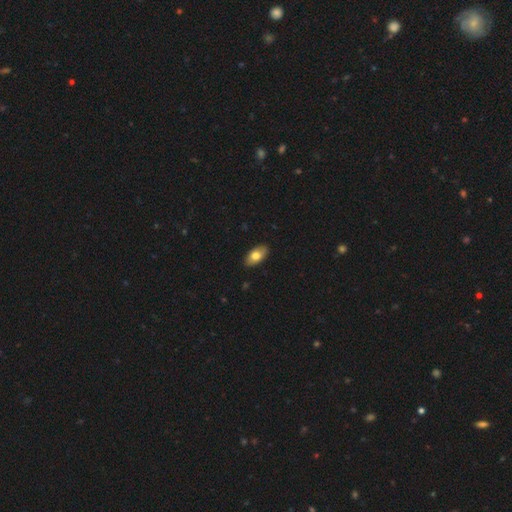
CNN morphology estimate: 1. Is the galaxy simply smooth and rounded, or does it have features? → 76% smooth, 17% featured or disk, 6% star or artifact.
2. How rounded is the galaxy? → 93% in between, 4% round, 3% cigar-shaped.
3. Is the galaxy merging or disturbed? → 88% none, 9% minor disturbance, 2% major disturbance, 1% merger.